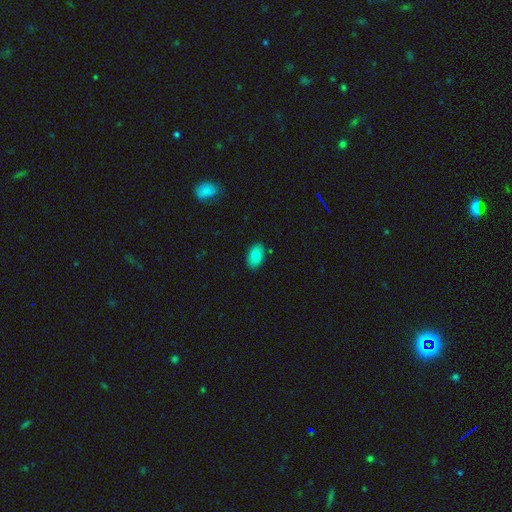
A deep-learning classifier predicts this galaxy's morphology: Q: Smooth or featured?
A: smooth (82%); runner-up: featured or disk (11%)
Q: How rounded?
A: in between (92%); runner-up: round (7%)
Q: Merging?
A: none (86%); runner-up: minor disturbance (10%)